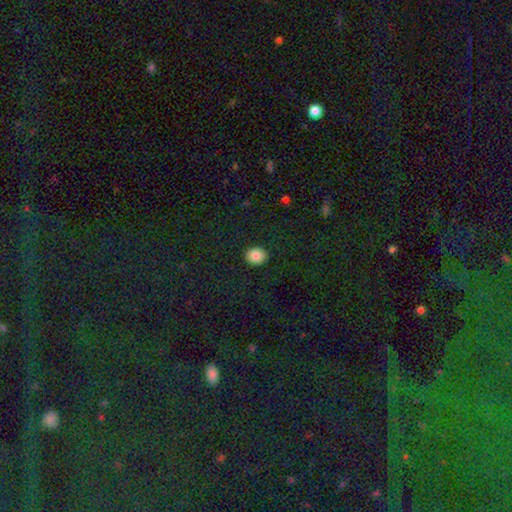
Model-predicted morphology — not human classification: This appears to be a smooth galaxy with no disk features (86%) that is round (61%). Merging: none (91%).